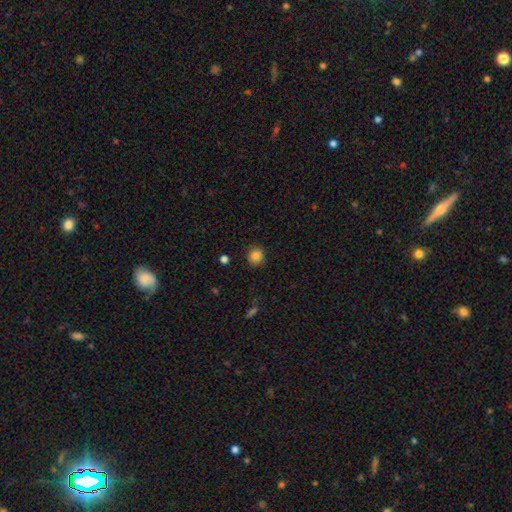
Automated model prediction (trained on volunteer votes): Smooth or featured: smooth — 84% (star or artifact — 11%)
How rounded: round — 90% (in between — 9%)
Merging: none — 86% (minor disturbance — 10%)